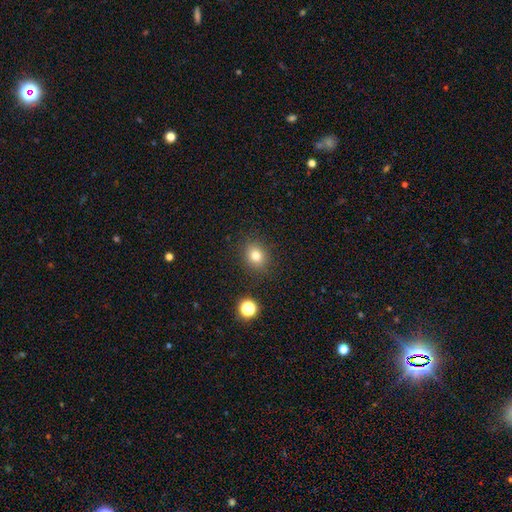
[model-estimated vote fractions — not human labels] Overall: smooth (78%). How rounded: round (70%). Merging: none (87%).